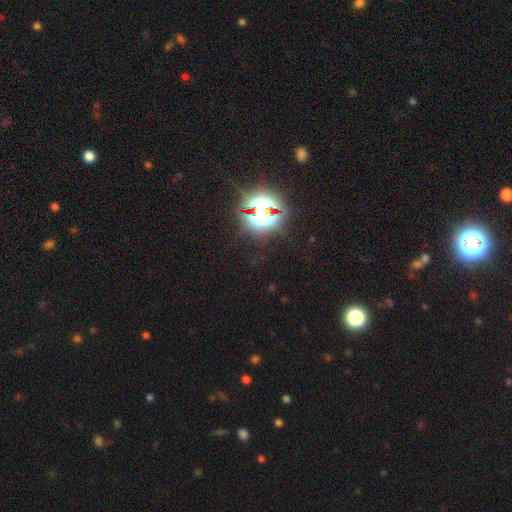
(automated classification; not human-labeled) Overall: star or artifact (80%).